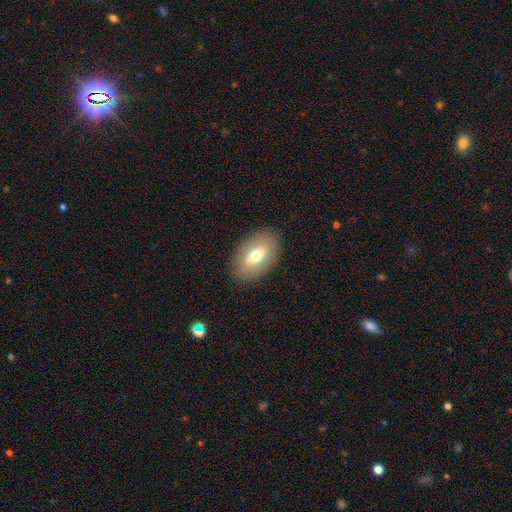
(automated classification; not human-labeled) Overall: smooth (67%). How rounded: in between (91%). Merging: none (87%).